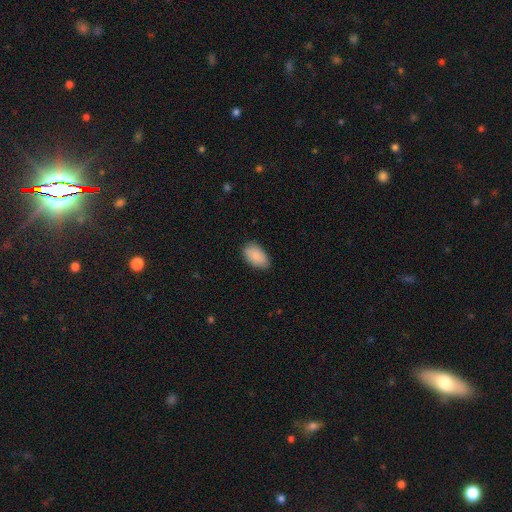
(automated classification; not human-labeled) Morphology: type=smooth (88%); roundness=in between (94%); merging=none (83%).